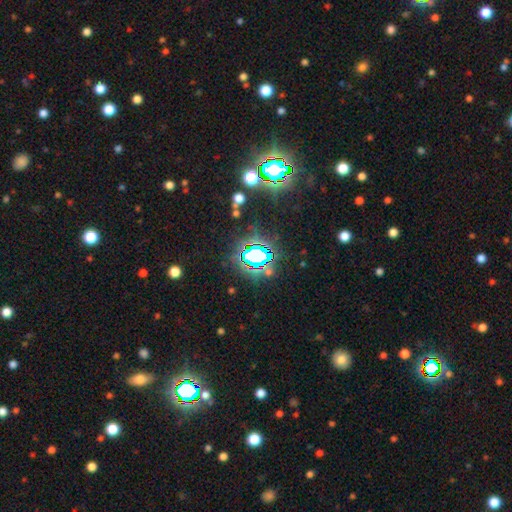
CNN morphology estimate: Smooth or featured: star or artifact — 72% (smooth — 17%)